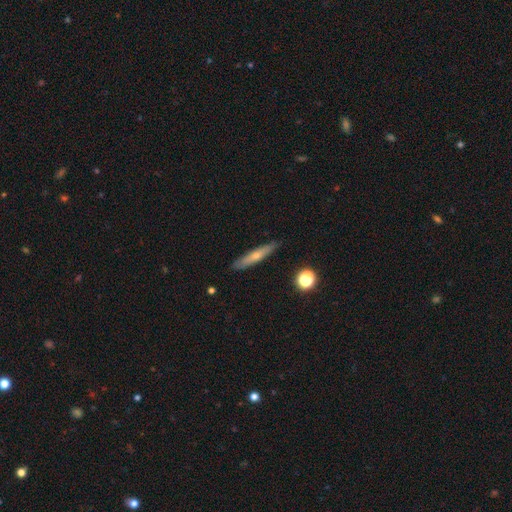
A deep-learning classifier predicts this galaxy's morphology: Smooth or featured? Predicted: smooth (p=0.55). How rounded? Predicted: cigar-shaped (p=0.89). Merging? Predicted: none (p=0.86).